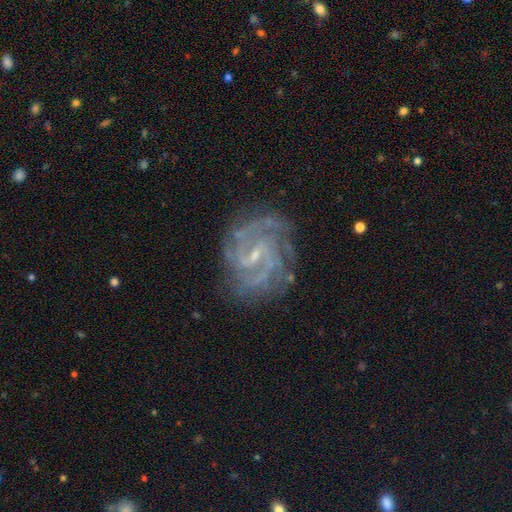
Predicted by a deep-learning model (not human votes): The model was most divided on "spiral winding": tight: 53%, medium: 41%, loose: 6%. Remaining: edge-on disk — no (98%); spiral arms — yes (98%); smooth or featured — featured or disk (90%); bulge size — small (77%); merging — none (77%); bar — weak (55%); spiral arm count — 2 (36%).